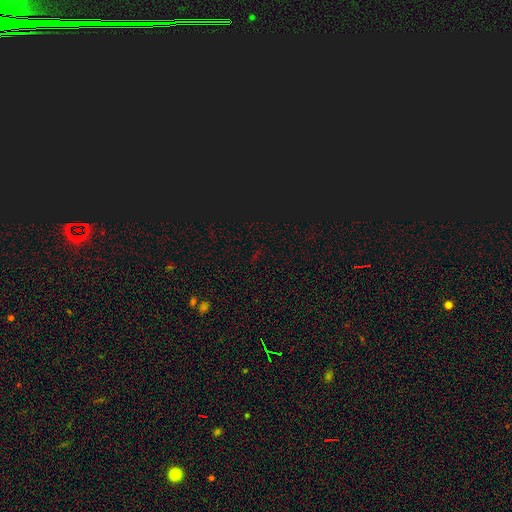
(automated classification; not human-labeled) Smooth or featured?
  - star or artifact: 76% *
  - smooth: 17%
  - featured or disk: 8%